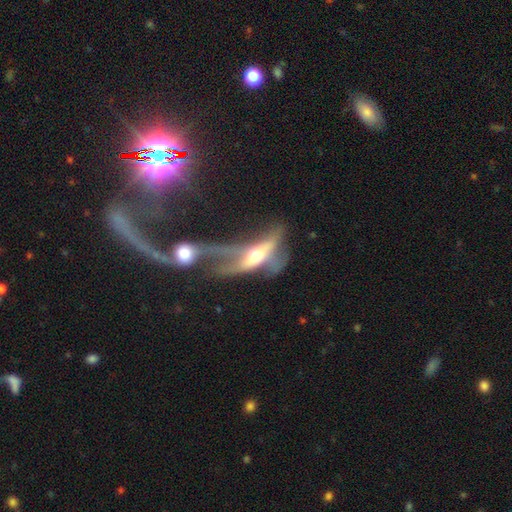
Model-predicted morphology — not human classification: Smooth or featured? featured or disk (63%)
Edge-on disk? no (68%)
Merging? merger (59%)